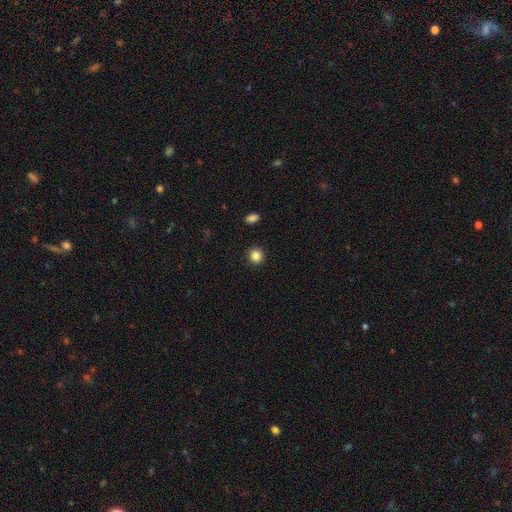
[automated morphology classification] This appears to be a smooth galaxy with no disk features (85%) that is round (93%). Merging: none (93%).